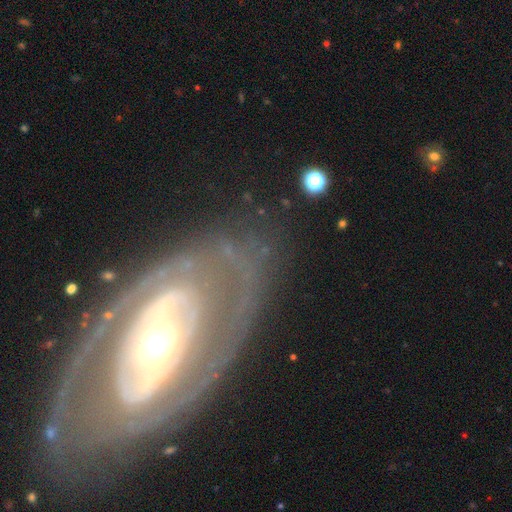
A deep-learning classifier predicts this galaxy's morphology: Q: Smooth or featured?
A: featured or disk (82%); runner-up: smooth (13%)
Q: Edge-on disk?
A: no (91%); runner-up: yes (9%)
Q: Bar?
A: no (60%); runner-up: weak (21%)
Q: Spiral arms?
A: yes (60%); runner-up: no (40%)
Q: Bulge size?
A: moderate (61%); runner-up: small (20%)
Q: Merging?
A: none (79%); runner-up: minor disturbance (12%)